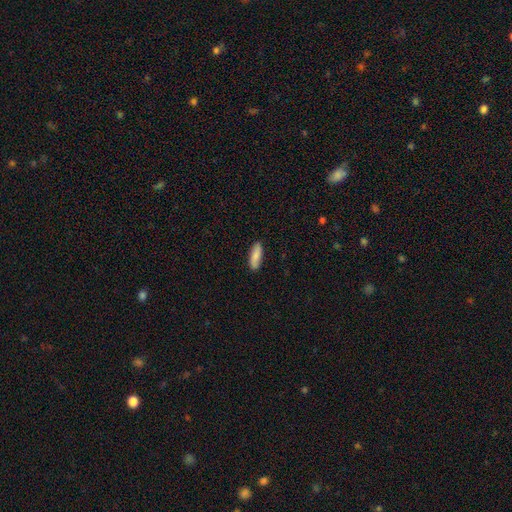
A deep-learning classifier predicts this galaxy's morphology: Smooth or featured? smooth (84%)
How rounded? in between (56%)
Merging? none (89%)